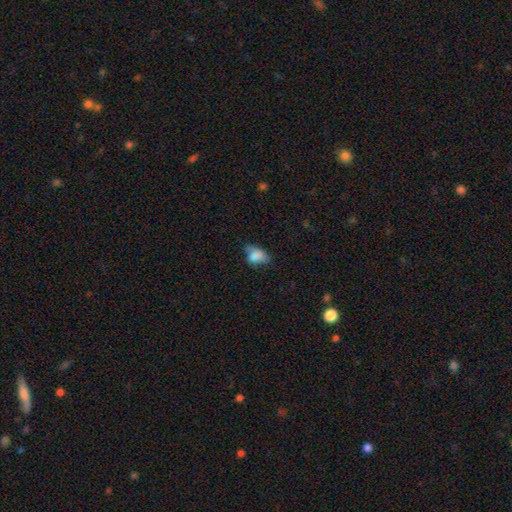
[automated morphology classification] Smooth or featured? Predicted: smooth (p=0.76). How rounded? Predicted: in between (p=0.86). Merging? Predicted: none (p=0.38).